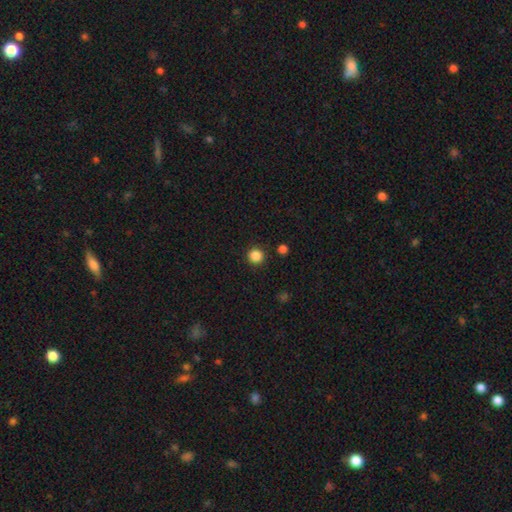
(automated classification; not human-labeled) Q: Smooth or featured?
A: smooth (85%); runner-up: star or artifact (11%)
Q: How rounded?
A: round (94%); runner-up: in between (5%)
Q: Merging?
A: none (91%); runner-up: minor disturbance (5%)